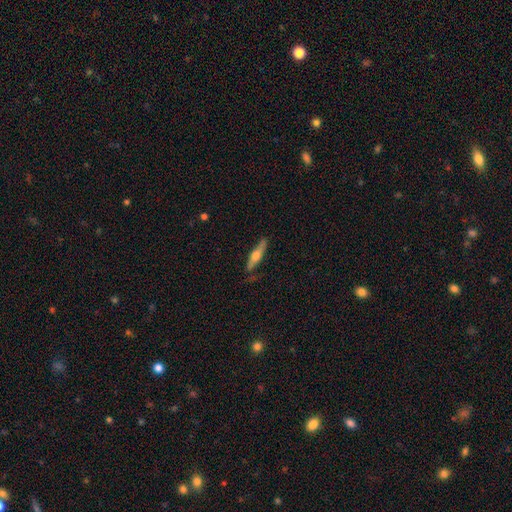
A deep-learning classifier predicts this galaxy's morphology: Smooth or featured?
  - featured or disk: 50% *
  - smooth: 45%
  - star or artifact: 5%
Merging?
  - none: 77% *
  - minor disturbance: 18%
  - major disturbance: 4%
  - merger: 2%